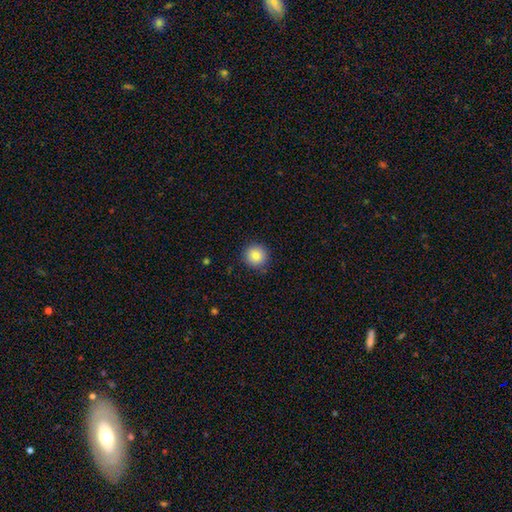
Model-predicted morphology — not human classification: type=smooth (84%); roundness=round (94%); merging=none (89%).